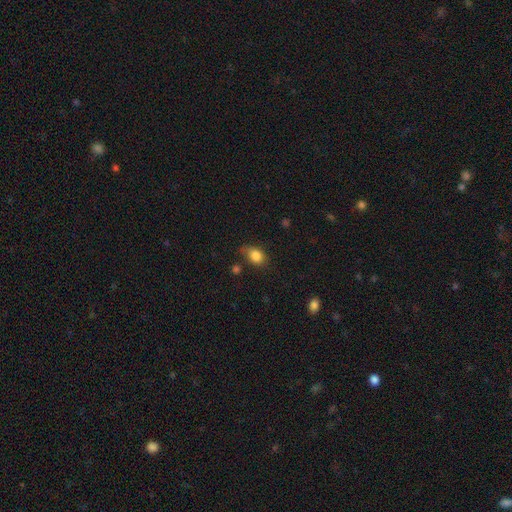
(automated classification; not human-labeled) A smooth galaxy with no disk features (83%) that is in between round and cigar-shaped (61%).

Vote fractions:
- Smooth or featured? smooth: 83% / star or artifact: 10% / featured or disk: 7%
- How rounded? in between: 61% / round: 37% / cigar-shaped: 2%
- Merging? none: 58% / minor disturbance: 29% / major disturbance: 8% / merger: 4%